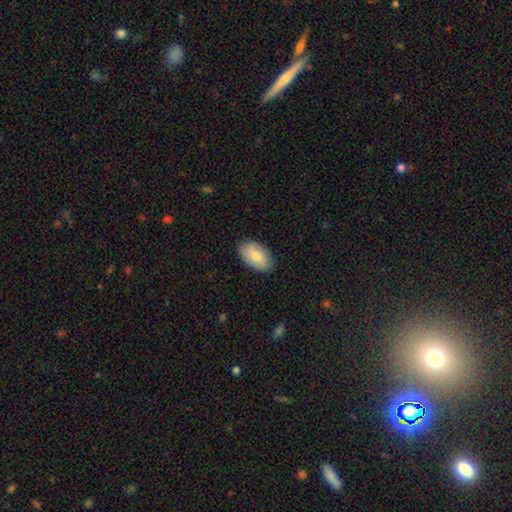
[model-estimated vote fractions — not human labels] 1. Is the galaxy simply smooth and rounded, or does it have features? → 69% smooth, 25% featured or disk, 6% star or artifact.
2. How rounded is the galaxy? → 93% in between, 5% round, 2% cigar-shaped.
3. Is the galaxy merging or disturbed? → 85% none, 12% minor disturbance, 2% major disturbance, 1% merger.